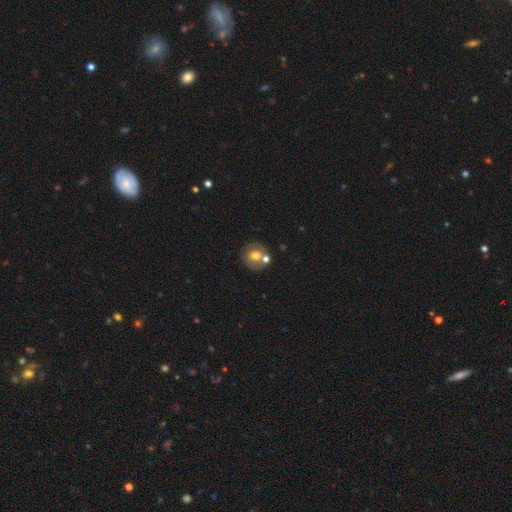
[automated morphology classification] smooth-or-featured: smooth: 62% | featured or disk: 28% | star or artifact: 10%
  how-rounded: round: 84% | in between: 15% | cigar-shaped: 1%
  merging: none: 61% | merger: 23% | minor disturbance: 12% | major disturbance: 4%